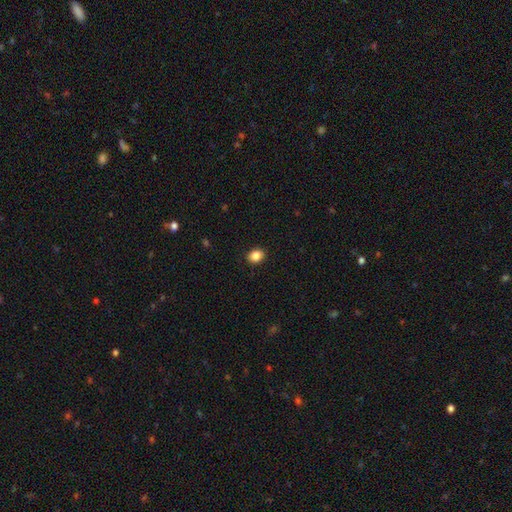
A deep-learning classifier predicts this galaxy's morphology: Smooth or featured? smooth (86%)
How rounded? in between (52%)
Merging? none (91%)